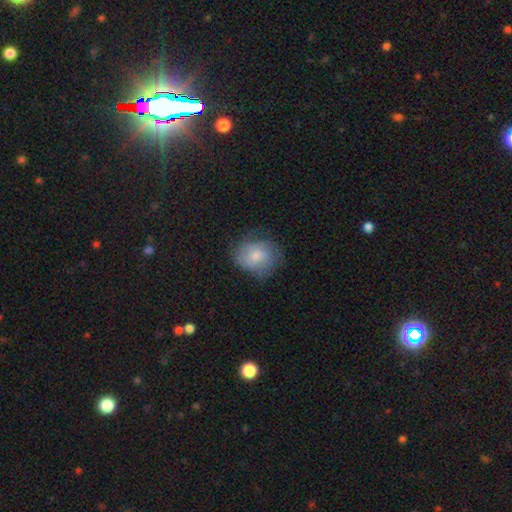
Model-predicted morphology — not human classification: smooth 66%, featured or disk 27%, star or artifact 8%. Down the decision tree: how rounded — round (66%); merging — none (62%).